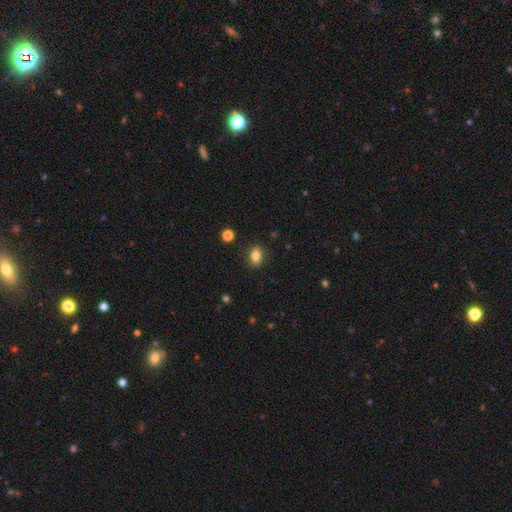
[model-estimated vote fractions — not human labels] The model was most divided on "how rounded": in between: 77%, round: 21%, cigar-shaped: 2%. More confident: merging — none (87%); smooth or featured — smooth (82%).